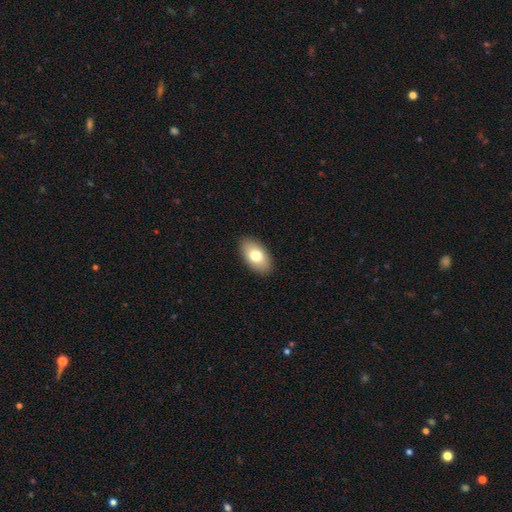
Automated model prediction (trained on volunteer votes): Smooth or featured?
  - smooth: 76% *
  - featured or disk: 17%
  - star or artifact: 7%
How rounded?
  - in between: 94% *
  - round: 4%
  - cigar-shaped: 2%
Merging?
  - none: 89% *
  - minor disturbance: 8%
  - major disturbance: 2%
  - merger: 1%